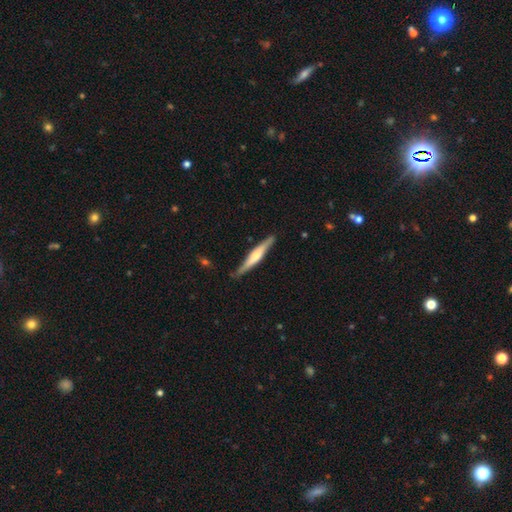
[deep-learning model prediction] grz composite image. It shows a featured or disk galaxy (54%) viewed edge-on (94%) with a rounded central bulge (69%). Merging: none (83%).